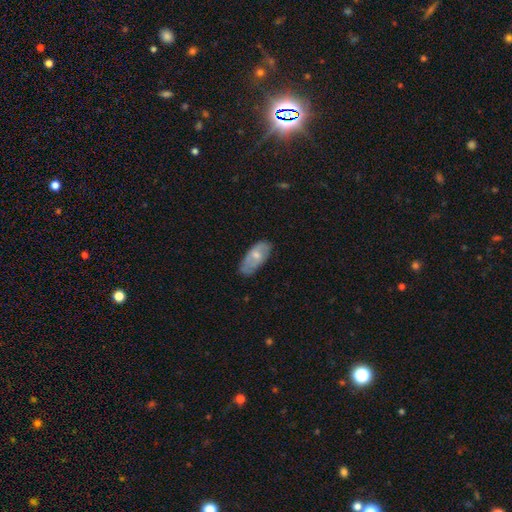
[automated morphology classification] This is likely a smooth galaxy (61%). How rounded: clearly in between (89%). Merging: possibly none (58%).